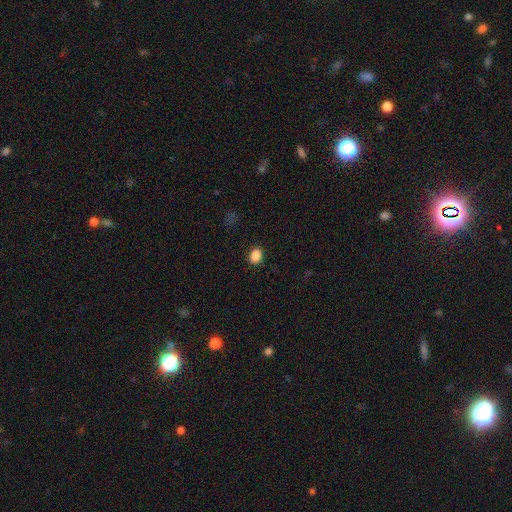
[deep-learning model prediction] smooth_or_featured: smooth (p=0.87) [alt: star or artifact p=0.10]
how_rounded: in between (p=0.58) [alt: round p=0.41]
merging: none (p=0.89) [alt: minor disturbance p=0.08]